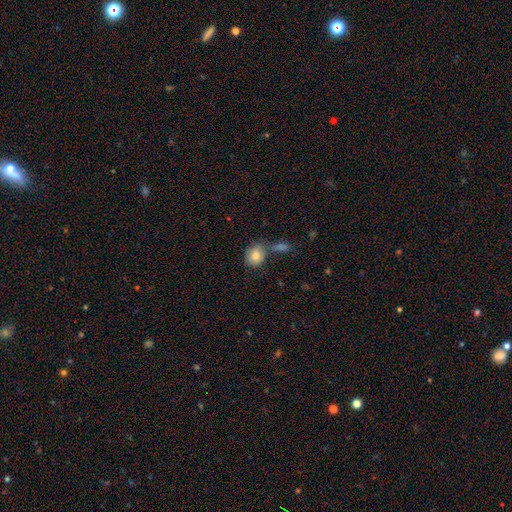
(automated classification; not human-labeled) Morphology: type=smooth (81%); roundness=round (61%); merging=none (56%).